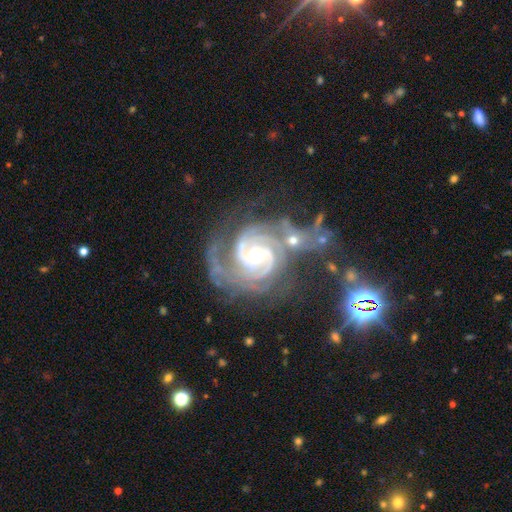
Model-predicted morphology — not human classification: Smooth or featured?
  - featured or disk: 92% *
  - star or artifact: 5%
  - smooth: 3%
Edge-on disk?
  - no: 98% *
  - yes: 2%
Bar?
  - no: 48% *
  - weak: 37%
  - strong: 16%
Spiral arms?
  - yes: 98% *
  - no: 2%
Spiral winding?
  - tight: 65% *
  - medium: 30%
  - loose: 5%
Spiral arm count?
  - 2: 42% *
  - 3: 25%
  - can't tell: 13%
  - 4: 8%
  - more than 4: 6%
  - 1: 6%
Bulge size?
  - moderate: 64% *
  - small: 30%
  - large: 4%
  - none: 1%
  - dominant: 1%
Merging?
  - merger: 32% * (tied)
  - none: 32% * (tied)
  - major disturbance: 19%
  - minor disturbance: 16%